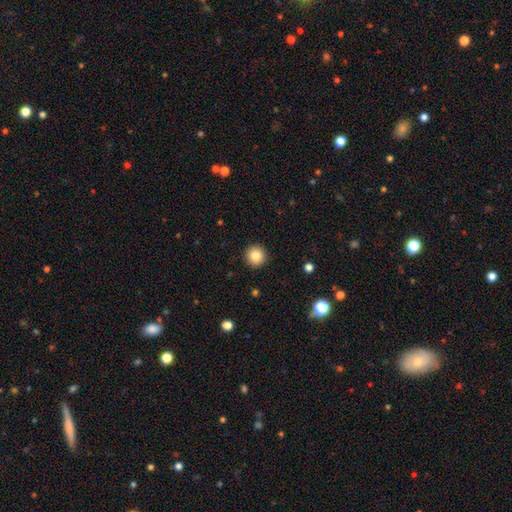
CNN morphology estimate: Overall: smooth (84%). How rounded: round (96%). Merging: none (93%).